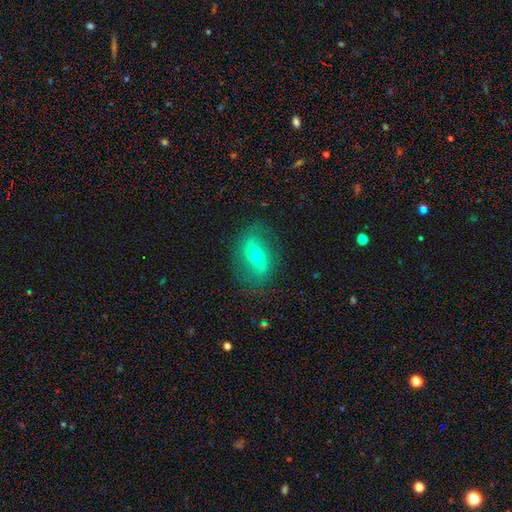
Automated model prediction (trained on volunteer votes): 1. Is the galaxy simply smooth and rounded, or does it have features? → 64% featured or disk, 27% smooth, 9% star or artifact.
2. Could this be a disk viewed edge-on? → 92% no, 8% yes.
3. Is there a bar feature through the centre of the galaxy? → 43% weak, 33% strong, 24% no.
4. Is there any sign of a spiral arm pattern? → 73% yes, 27% no.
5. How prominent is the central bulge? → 60% moderate, 32% small, 5% large, 2% none, 1% dominant.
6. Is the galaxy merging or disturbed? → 73% none, 17% minor disturbance, 8% major disturbance, 2% merger.